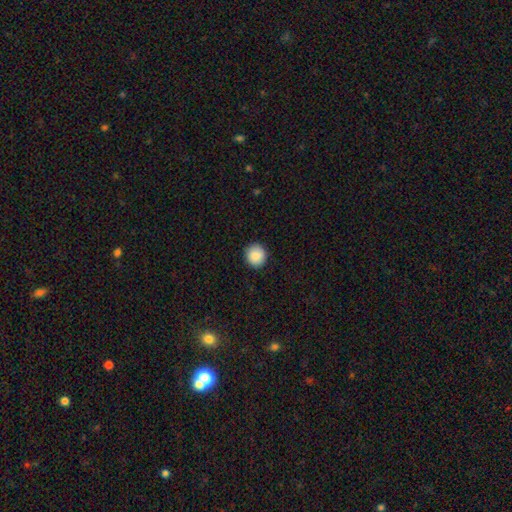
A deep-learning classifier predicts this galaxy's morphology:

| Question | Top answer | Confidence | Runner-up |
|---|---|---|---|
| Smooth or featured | smooth | 87% | star or artifact (8%) |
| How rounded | round | 92% | in between (7%) |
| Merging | none | 91% | minor disturbance (6%) |